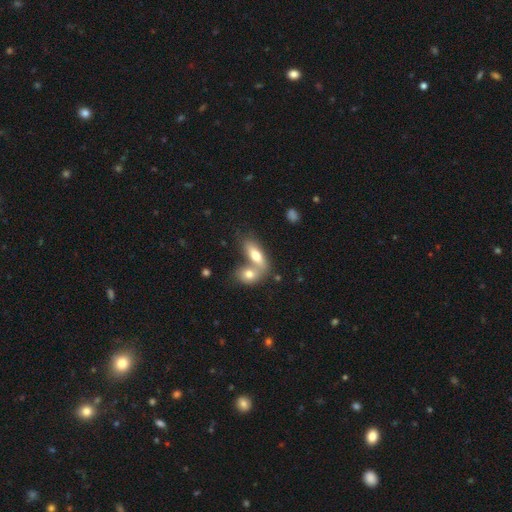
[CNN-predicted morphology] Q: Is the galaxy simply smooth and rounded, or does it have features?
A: smooth — 69%.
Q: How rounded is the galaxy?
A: in between — 75%.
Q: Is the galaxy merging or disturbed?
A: merger — 62%.